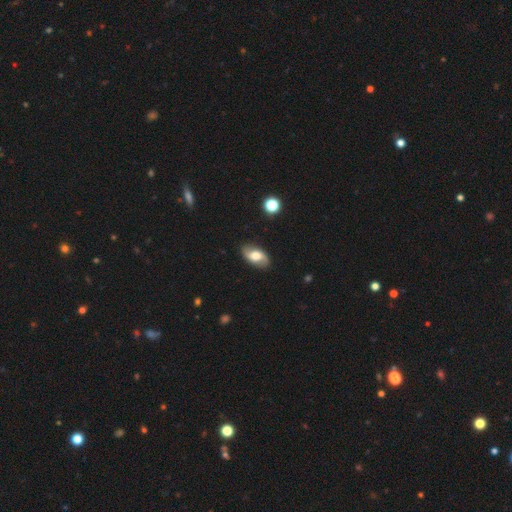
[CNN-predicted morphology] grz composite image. It shows a featured or disk galaxy (53%). Merging: none (84%).